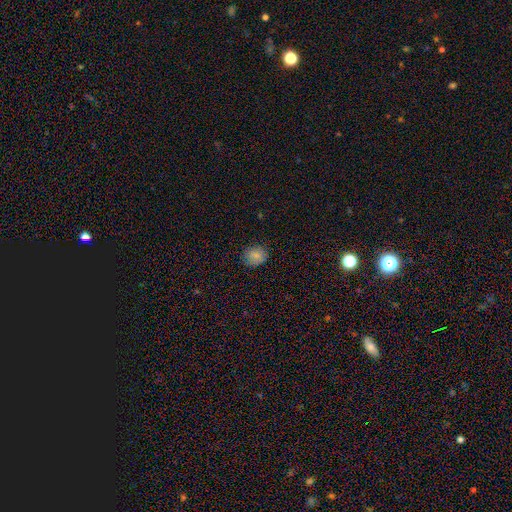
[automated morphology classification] smooth-or-featured: smooth: 81% | star or artifact: 11% | featured or disk: 8%
  how-rounded: round: 60% | in between: 39% | cigar-shaped: 1%
  merging: none: 84% | minor disturbance: 13% | major disturbance: 3% | merger: 1%